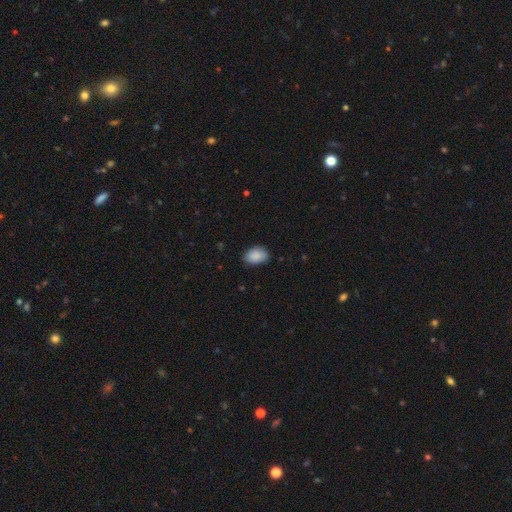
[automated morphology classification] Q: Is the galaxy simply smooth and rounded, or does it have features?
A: smooth — 88%.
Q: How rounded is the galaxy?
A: in between — 83%.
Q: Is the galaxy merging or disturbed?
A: none — 77%.